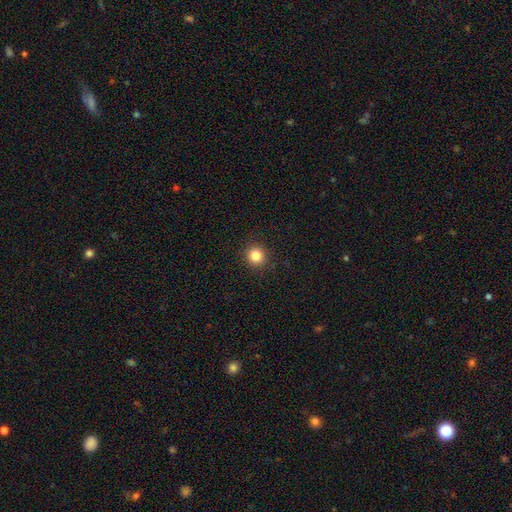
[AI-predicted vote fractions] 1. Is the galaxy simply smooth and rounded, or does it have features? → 84% smooth, 12% star or artifact, 4% featured or disk.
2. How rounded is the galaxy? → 93% round, 6% in between, 1% cigar-shaped.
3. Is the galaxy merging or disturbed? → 92% none, 5% minor disturbance, 2% major disturbance, 1% merger.